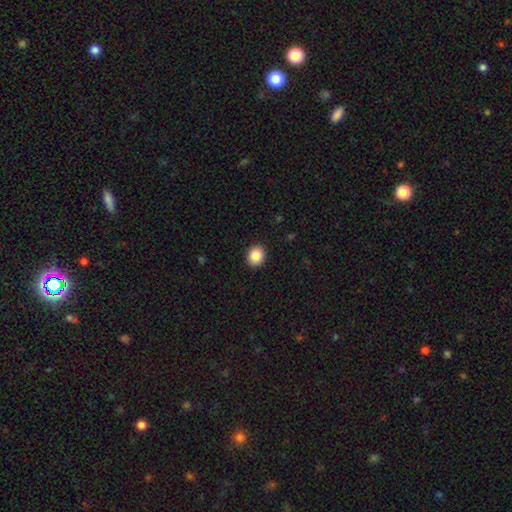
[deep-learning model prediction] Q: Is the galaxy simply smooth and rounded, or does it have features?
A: smooth — 87%.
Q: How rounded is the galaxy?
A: round — 67%.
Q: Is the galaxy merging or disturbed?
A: none — 92%.